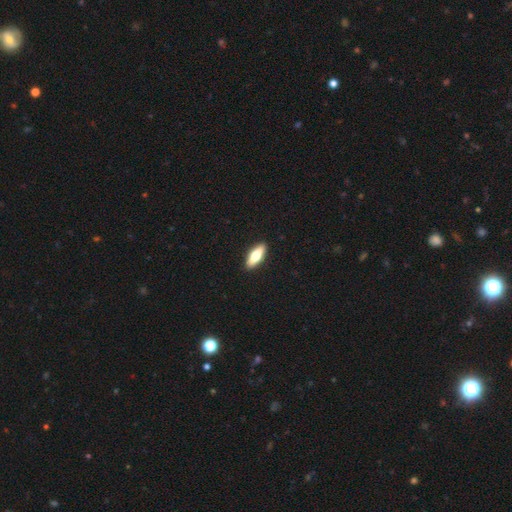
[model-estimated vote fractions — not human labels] Overall: smooth (62%; featured or disk 32%). How rounded: in between (58%; cigar-shaped 40%). Merging: none (91%).